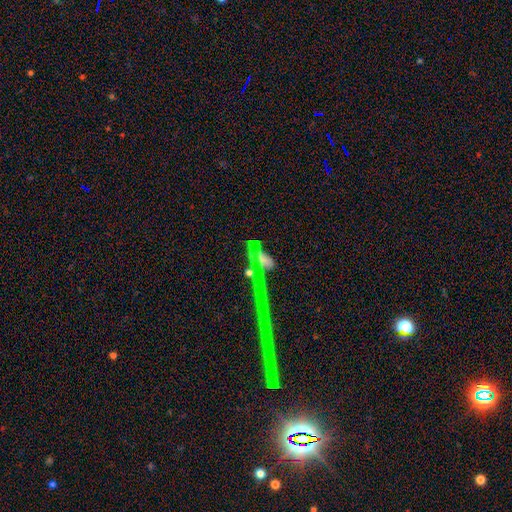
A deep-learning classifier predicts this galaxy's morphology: The model was most divided on "smooth or featured": smooth: 40%, featured or disk: 38%, star or artifact: 22%. Remaining: merging — merger (38%).